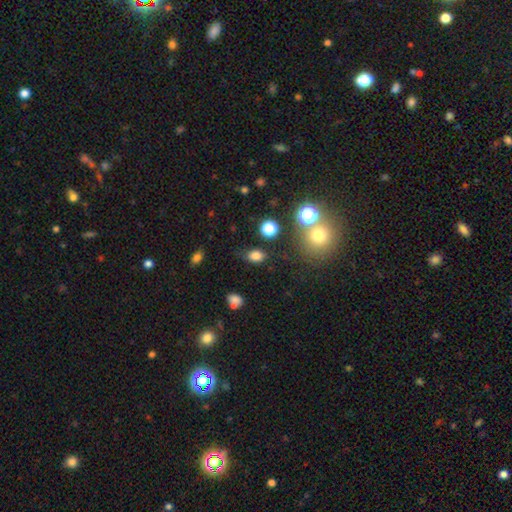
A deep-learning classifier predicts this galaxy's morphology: The model was most divided on "how rounded": in between: 71%, round: 28%, cigar-shaped: 2%. More confident: smooth or featured — smooth (78%); merging — none (73%).